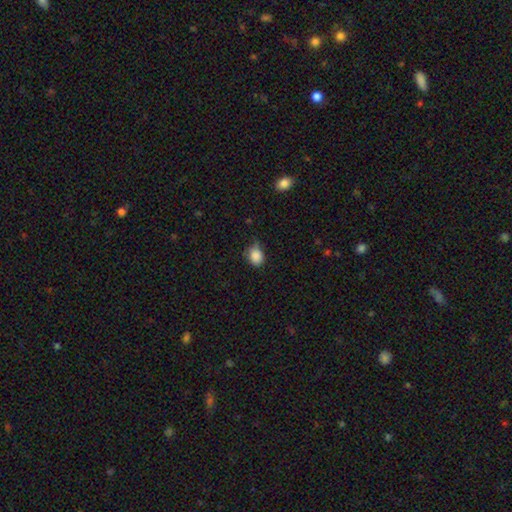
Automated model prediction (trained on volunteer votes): Overall: smooth (86%). How rounded: round (58%; in between 41%). Merging: none (48%; minor disturbance 41%).